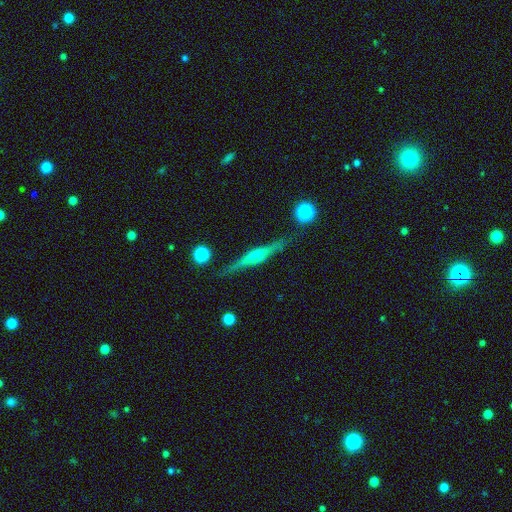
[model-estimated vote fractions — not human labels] Overall: featured or disk (74%). Edge-on disk: yes (97%). Edge-on bulge: rounded (69%). Merging: none (86%).